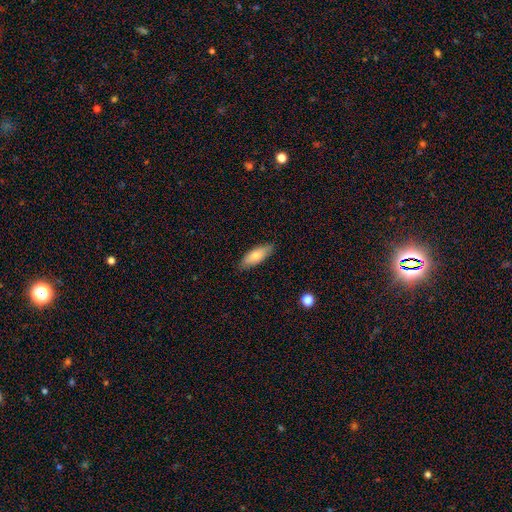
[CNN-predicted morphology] A smooth galaxy with no disk features (79%) that is in between round and cigar-shaped (67%). Merging: none (86%).